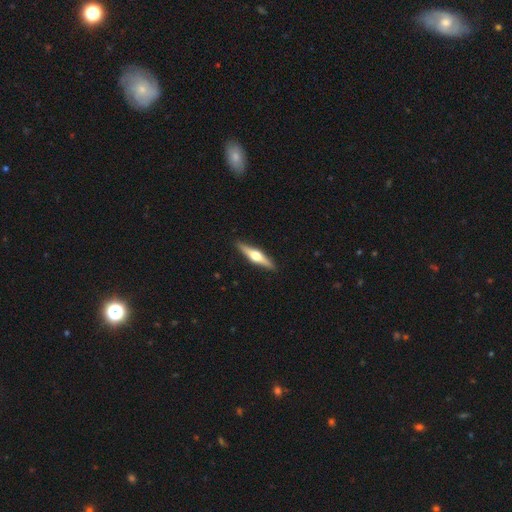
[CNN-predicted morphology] A featured or disk galaxy (68%) viewed edge-on (97%) with a rounded central bulge (95%).

Vote fractions:
- Smooth or featured? featured or disk: 68% / smooth: 27% / star or artifact: 5%
- Edge-on disk? yes: 97% / no: 3%
- Edge-on bulge? rounded: 95% / boxy: 3% / none: 2%
- Merging? none: 91% / minor disturbance: 6% / major disturbance: 1% / merger: 1%